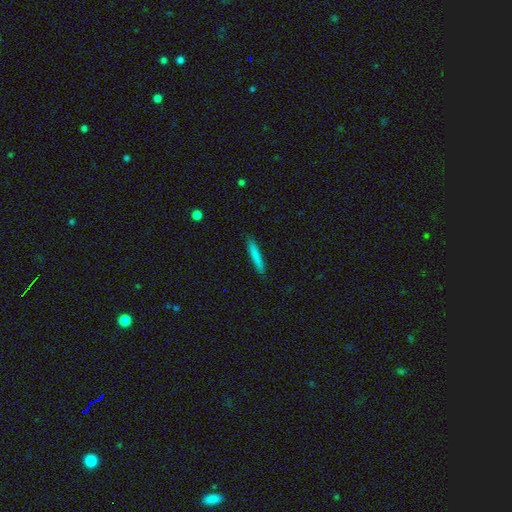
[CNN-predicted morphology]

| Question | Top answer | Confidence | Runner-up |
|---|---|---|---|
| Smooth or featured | smooth | 80% | featured or disk (14%) |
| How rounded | cigar-shaped | 94% | in between (5%) |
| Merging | none | 89% | minor disturbance (8%) |